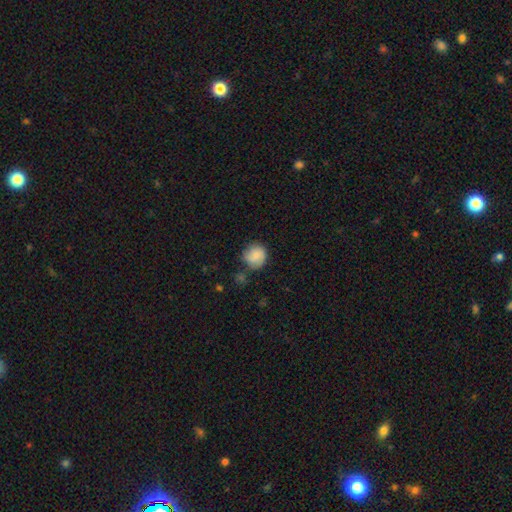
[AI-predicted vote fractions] Smooth or featured? Predicted: smooth (p=0.80). How rounded? Predicted: round (p=0.87). Merging? Predicted: none (p=0.62).